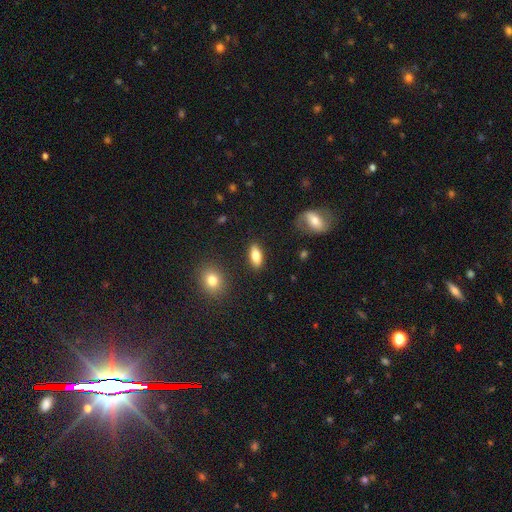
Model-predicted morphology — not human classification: A smooth galaxy with no disk features (77%) that is in between round and cigar-shaped (79%). Merging: none (87%).